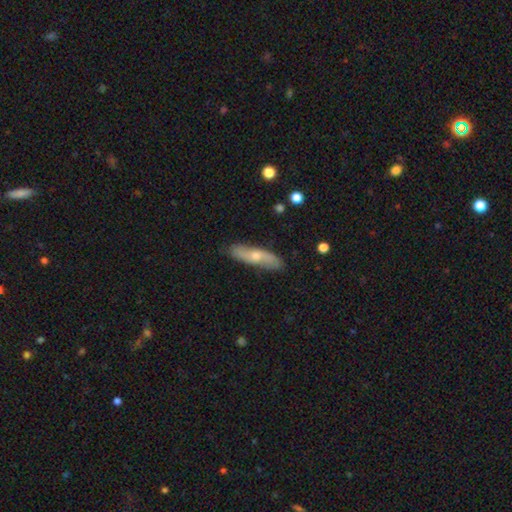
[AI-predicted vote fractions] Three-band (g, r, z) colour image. It shows a featured or disk galaxy (49%). Merging: none (85%).